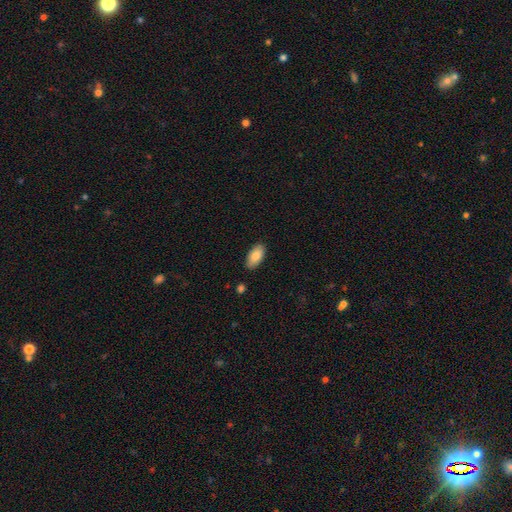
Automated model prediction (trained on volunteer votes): Smooth or featured: smooth — 85% (featured or disk — 9%)
How rounded: in between — 93% (cigar-shaped — 5%)
Merging: none — 86% (minor disturbance — 10%)